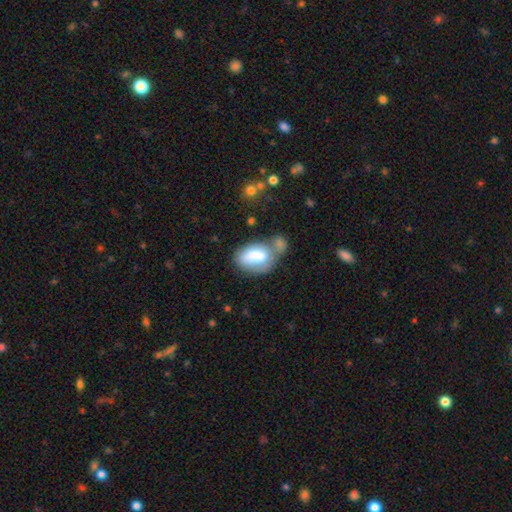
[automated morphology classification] Smooth or featured? smooth (72%)
How rounded? in between (88%)
Merging? merger (41%)